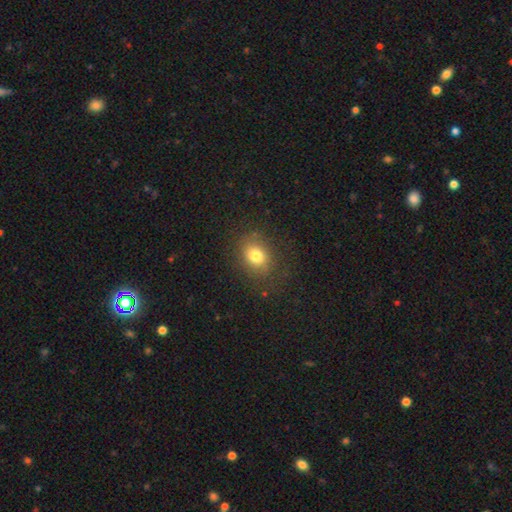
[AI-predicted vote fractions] Smooth or featured?
  - smooth: 77% *
  - star or artifact: 13%
  - featured or disk: 10%
How rounded?
  - round: 50% *
  - in between: 49%
  - cigar-shaped: 1%
Merging?
  - none: 80% *
  - minor disturbance: 13%
  - major disturbance: 6%
  - merger: 1%